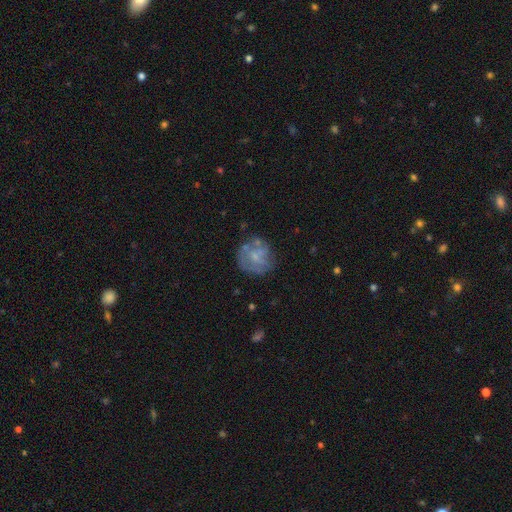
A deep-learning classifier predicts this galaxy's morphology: featured or disk 53%, smooth 38%, star or artifact 9%. Down the decision tree: edge-on disk — no (98%); bar — no (75%); spiral arms — no (59%); bulge size — small (41%); merging — none (62%).